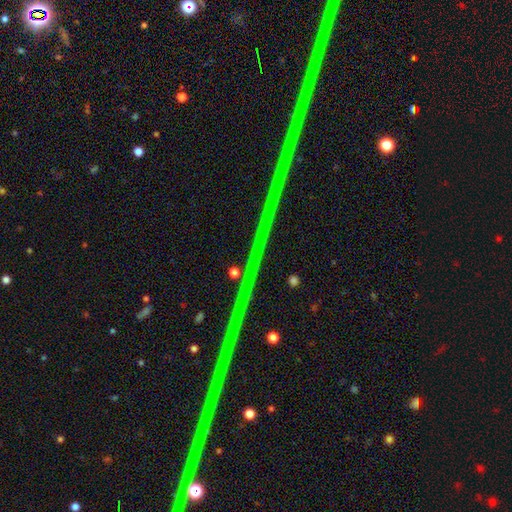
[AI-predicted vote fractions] star or artifact 89%, featured or disk 7%, smooth 4%.